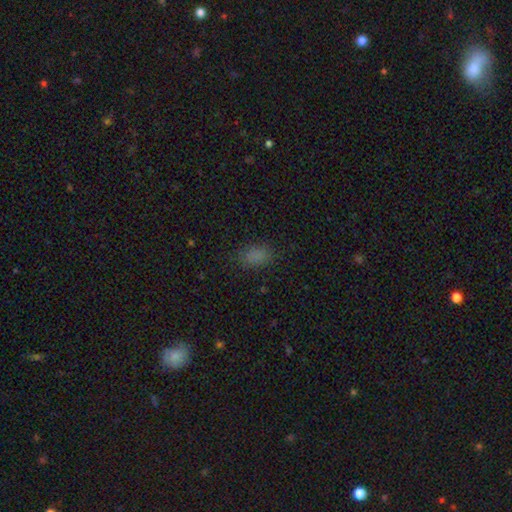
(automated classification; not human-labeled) The model was most divided on "smooth or featured": smooth: 81%, star or artifact: 15%, featured or disk: 4%. More confident: how rounded — in between (86%); merging — none (82%).